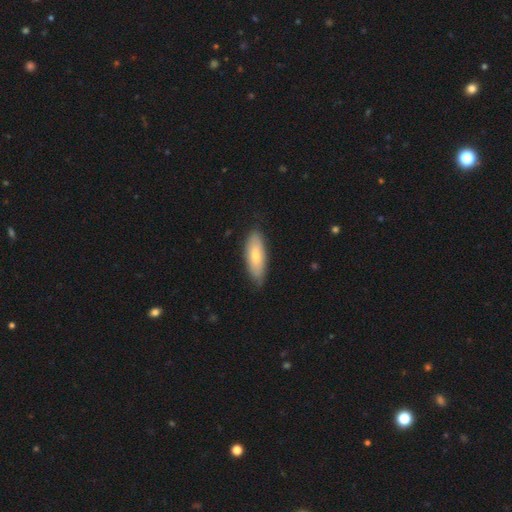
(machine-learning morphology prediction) Overall: smooth (68%). How rounded: in between (69%). Merging: none (77%).